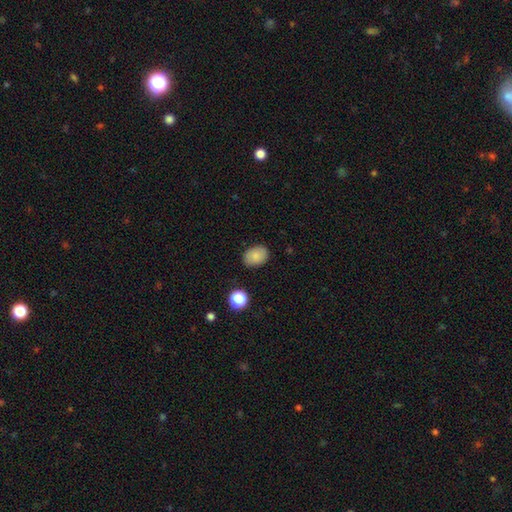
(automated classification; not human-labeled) smooth_or_featured: smooth (p=0.84) [alt: star or artifact p=0.09]
how_rounded: in between (p=0.76) [alt: round p=0.23]
merging: none (p=0.84) [alt: minor disturbance p=0.11]